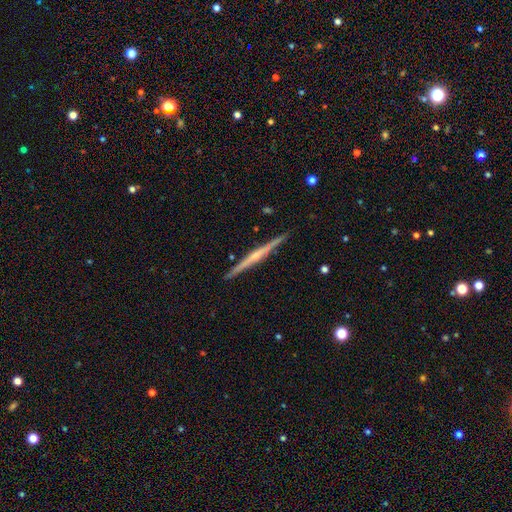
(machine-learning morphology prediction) Overall: featured or disk (78%). Edge-on disk: yes (98%). Edge-on bulge: rounded (63%; none 26%). Merging: none (92%).